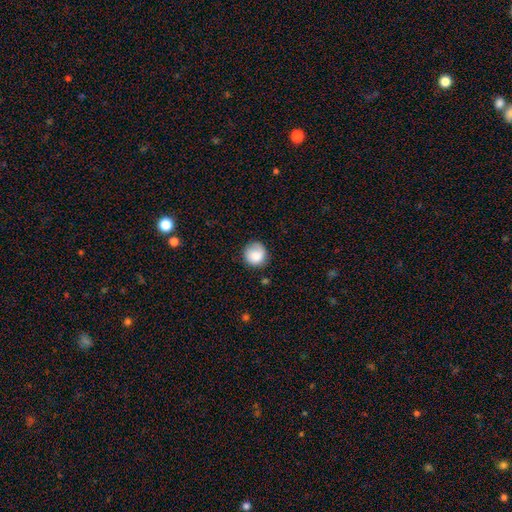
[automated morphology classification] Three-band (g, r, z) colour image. It shows a smooth galaxy with no disk features (85%) that is round (92%). Merging: none (76%).